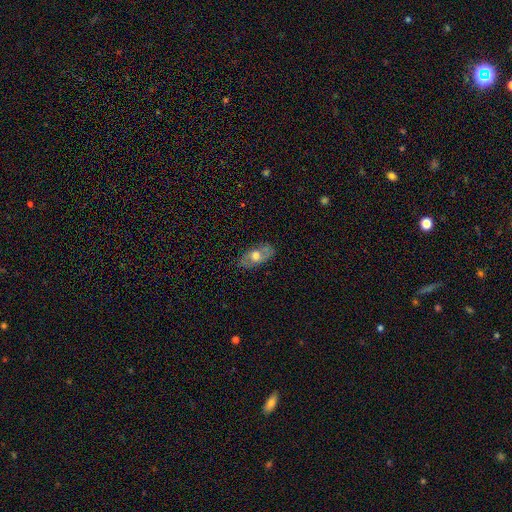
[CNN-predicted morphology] Overall: smooth (49%; featured or disk 43%). Merging: none (81%).